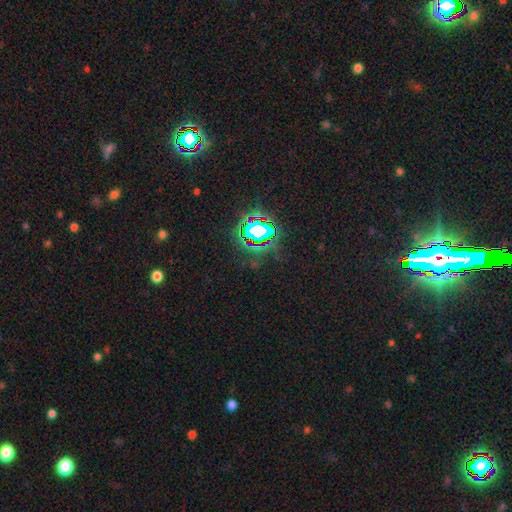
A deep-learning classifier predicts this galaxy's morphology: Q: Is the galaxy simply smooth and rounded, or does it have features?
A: star or artifact — 83%.